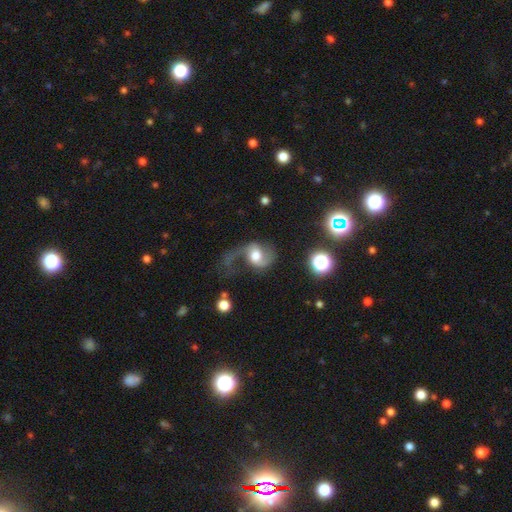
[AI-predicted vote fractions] A featured or disk galaxy (72%) with no bar (55%), 2 (70%) loose (66%) spiral arms (91%) and a moderate central bulge (55%). Merging: major disturbance (41%).